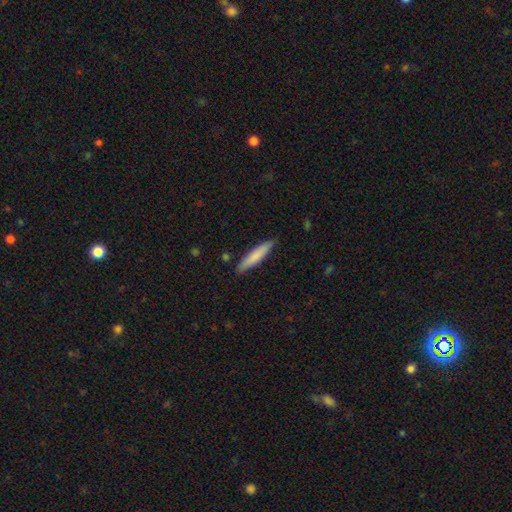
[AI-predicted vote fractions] This is likely a smooth galaxy (78%). How rounded: clearly cigar-shaped (89%). Merging: clearly none (87%).